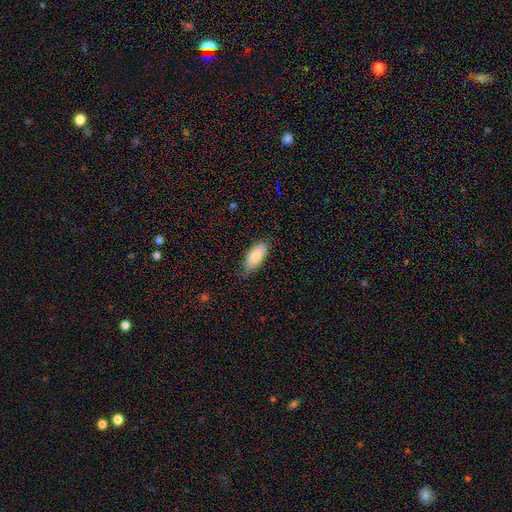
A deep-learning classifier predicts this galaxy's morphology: Smooth or featured? Predicted: smooth (p=0.82). How rounded? Predicted: in between (p=0.88). Merging? Predicted: none (p=0.74).